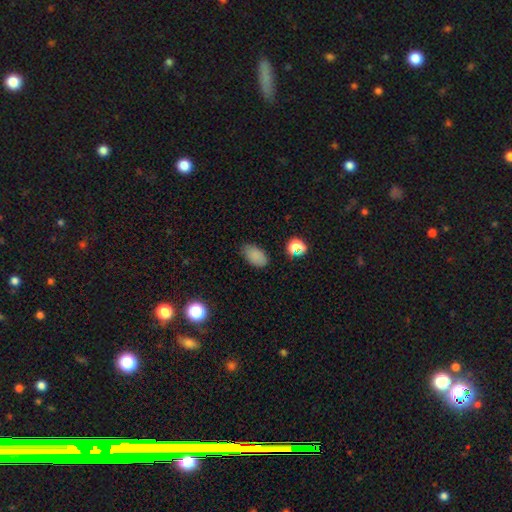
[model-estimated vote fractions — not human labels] smooth-or-featured: smooth: 83% | star or artifact: 11% | featured or disk: 5%
  how-rounded: in between: 91% | round: 7% | cigar-shaped: 2%
  merging: none: 80% | minor disturbance: 15% | major disturbance: 3% | merger: 2%